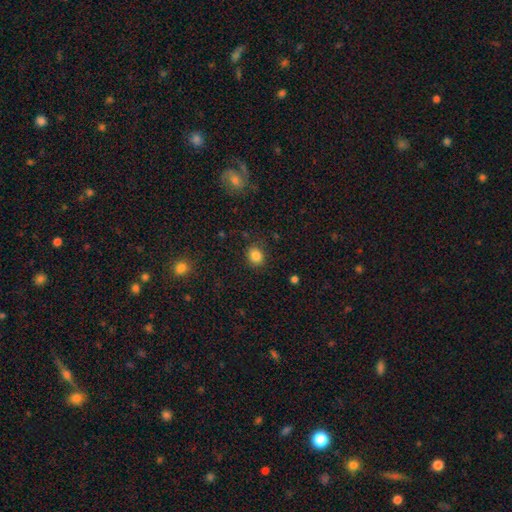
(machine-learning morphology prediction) This appears to be a smooth galaxy with no disk features (84%) that is round (70%). Merging: none (86%).